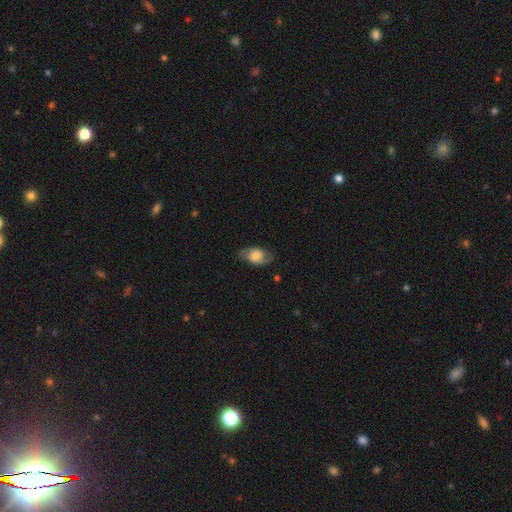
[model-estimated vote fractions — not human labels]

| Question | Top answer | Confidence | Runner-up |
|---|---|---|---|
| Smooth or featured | smooth | 57% | featured or disk (36%) |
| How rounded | in between | 88% | round (10%) |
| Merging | none | 76% | minor disturbance (17%) |